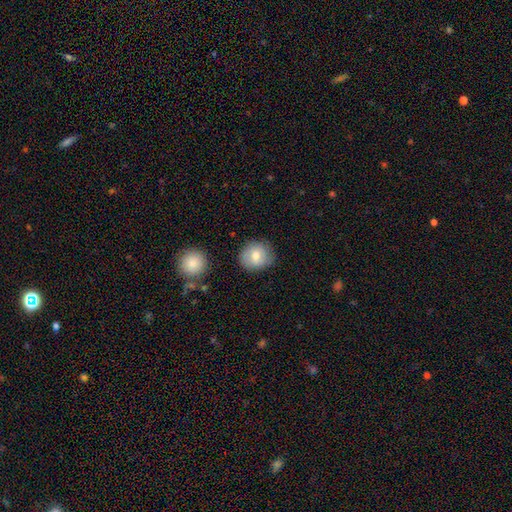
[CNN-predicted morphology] A smooth galaxy with no disk features (70%) that is round (78%). Merging: none (77%).